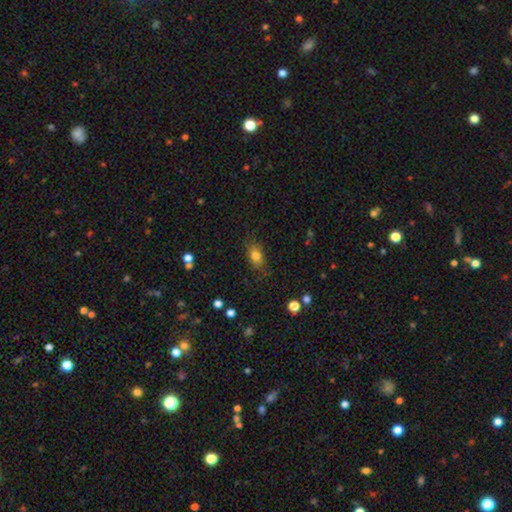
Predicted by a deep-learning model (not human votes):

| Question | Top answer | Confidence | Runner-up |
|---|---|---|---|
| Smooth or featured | smooth | 79% | star or artifact (11%) |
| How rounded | in between | 79% | round (16%) |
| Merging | none | 77% | minor disturbance (17%) |